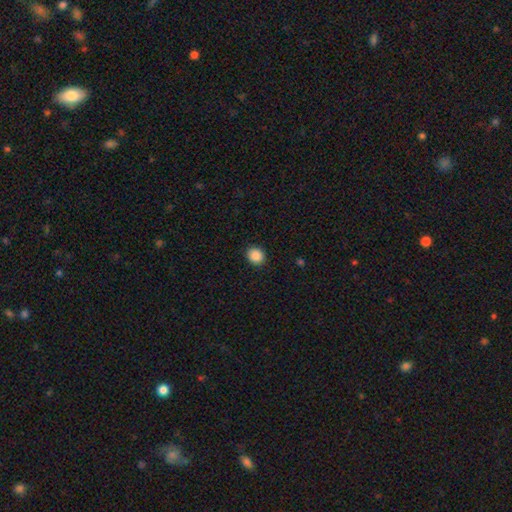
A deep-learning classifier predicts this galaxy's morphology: smooth_or_featured: smooth (p=0.88) [alt: star or artifact p=0.09]
how_rounded: round (p=0.81) [alt: in between p=0.18]
merging: none (p=0.91) [alt: minor disturbance p=0.06]